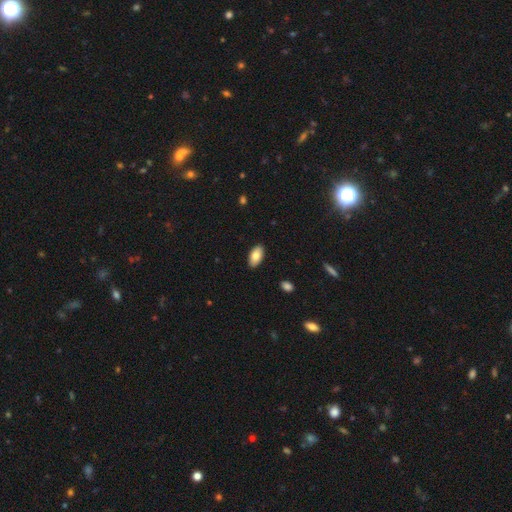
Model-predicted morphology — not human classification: Smooth or featured? smooth (81%)
How rounded? in between (94%)
Merging? none (89%)